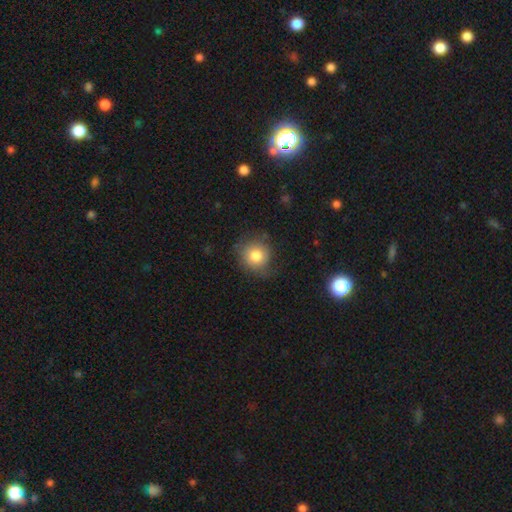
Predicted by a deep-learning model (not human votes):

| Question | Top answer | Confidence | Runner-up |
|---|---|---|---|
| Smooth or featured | smooth | 78% | featured or disk (14%) |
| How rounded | round | 87% | in between (12%) |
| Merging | none | 69% | minor disturbance (22%) |